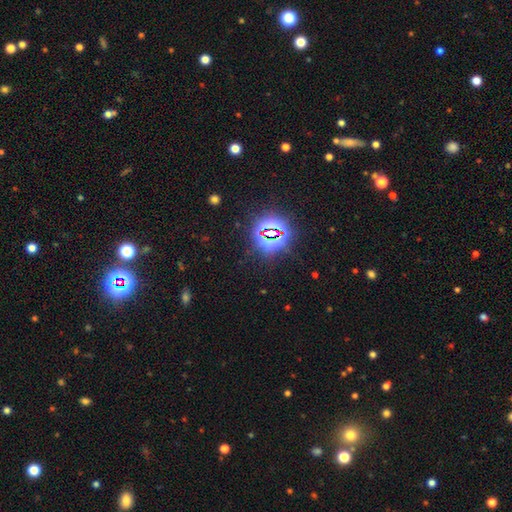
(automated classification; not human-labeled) smooth-or-featured: star or artifact: 79% | smooth: 13% | featured or disk: 7%